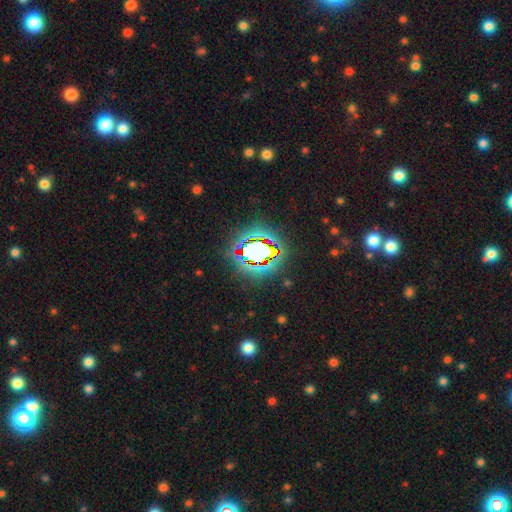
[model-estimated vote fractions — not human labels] The model was most divided on "smooth or featured": star or artifact: 76%, smooth: 14%, featured or disk: 10%.